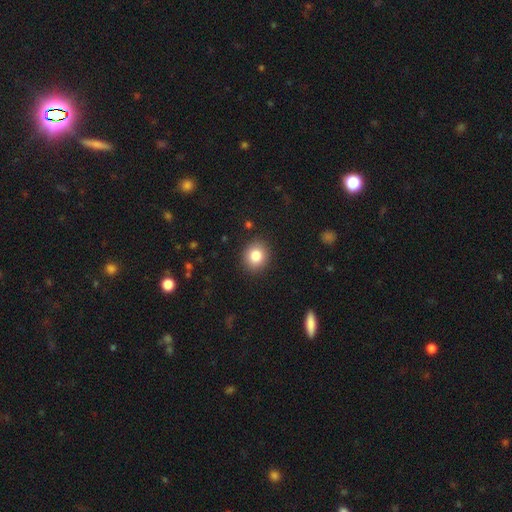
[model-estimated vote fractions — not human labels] A smooth galaxy with no disk features (84%) that is round (74%). Merging: none (89%).